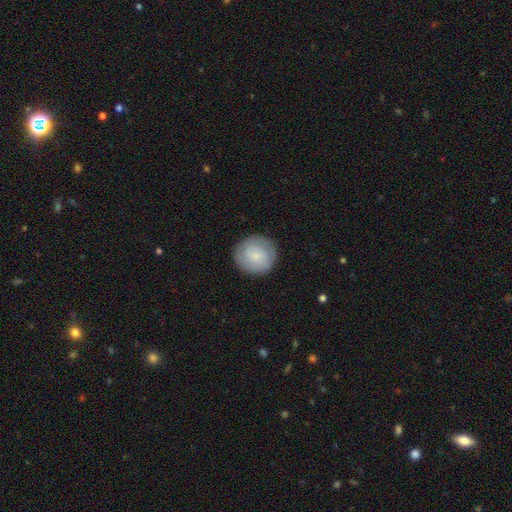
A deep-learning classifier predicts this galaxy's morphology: Smooth or featured?
  - smooth: 70% *
  - featured or disk: 24%
  - star or artifact: 6%
How rounded?
  - round: 92% *
  - in between: 7%
  - cigar-shaped: 1%
Merging?
  - none: 86% *
  - minor disturbance: 10%
  - major disturbance: 3%
  - merger: 1%